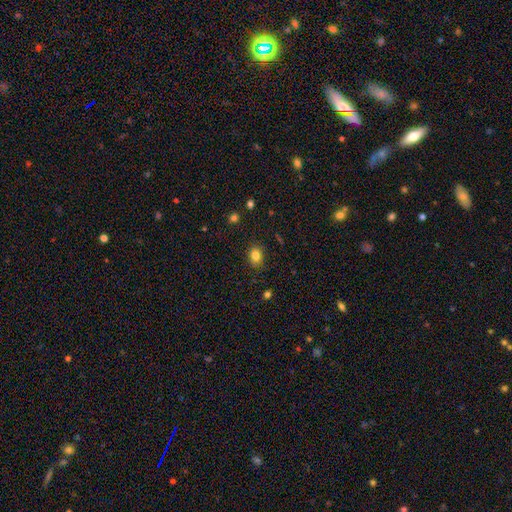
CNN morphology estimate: smooth_or_featured: smooth (p=0.82) [alt: star or artifact p=0.11]
how_rounded: in between (p=0.60) [alt: round p=0.39]
merging: none (p=0.86) [alt: minor disturbance p=0.10]